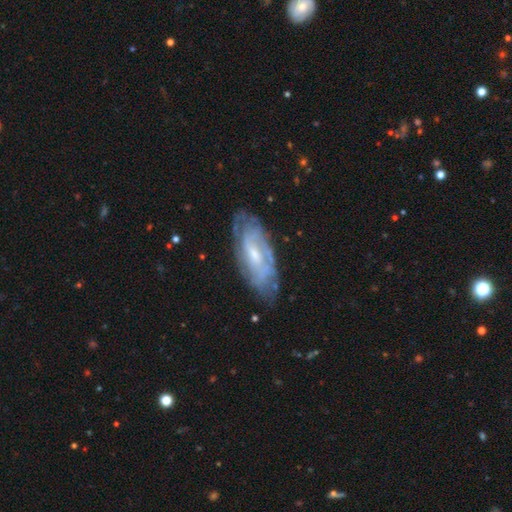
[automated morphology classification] A featured or disk galaxy (75%) with no bar (47%), tight (61%) spiral arms (83%) and a small central bulge (54%). Merging: none (73%).